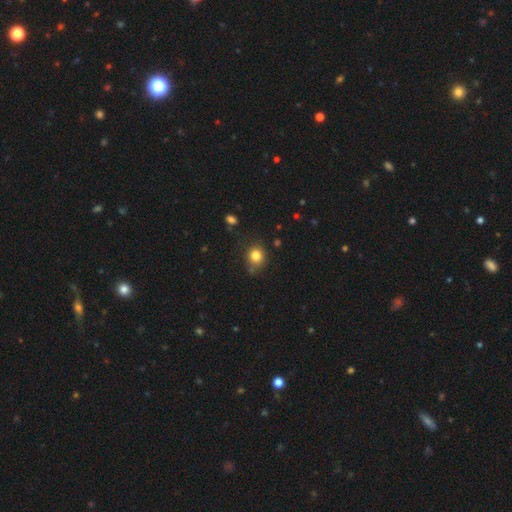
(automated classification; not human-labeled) A smooth galaxy with no disk features (81%) that is round (77%). Merging: none (75%).